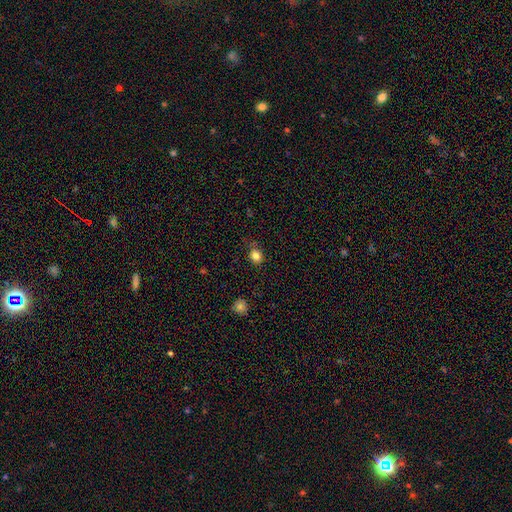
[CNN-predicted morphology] smooth-or-featured: smooth: 82% | star or artifact: 12% | featured or disk: 5%
  how-rounded: round: 70% | in between: 29% | cigar-shaped: 1%
  merging: none: 79% | minor disturbance: 15% | major disturbance: 4% | merger: 2%